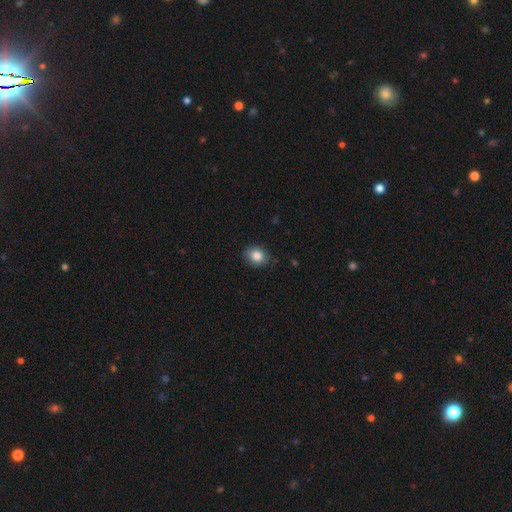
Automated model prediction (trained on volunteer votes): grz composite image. It shows a smooth galaxy with no disk features (85%) that is round (62%). Merging: none (82%).